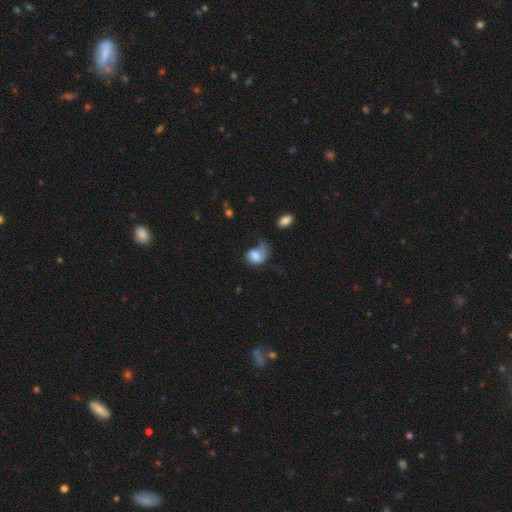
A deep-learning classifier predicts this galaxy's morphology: The model was most divided on "merging": major disturbance: 45%, minor disturbance: 24%, none: 23%, merger: 8%. More confident: how rounded — in between (69%); smooth or featured — smooth (63%).